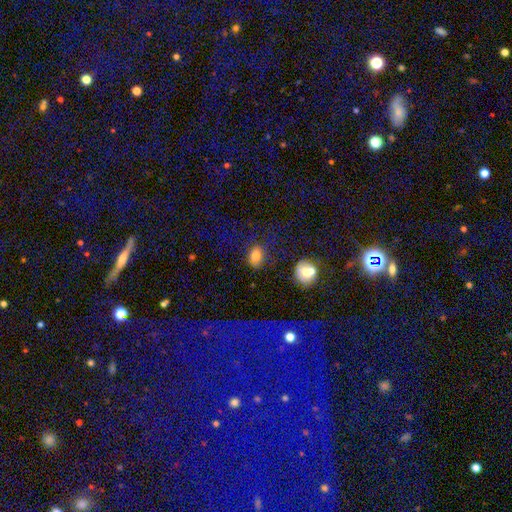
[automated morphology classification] smooth_or_featured: smooth (p=0.80) [alt: star or artifact p=0.11]
how_rounded: in between (p=0.63) [alt: round p=0.35]
merging: none (p=0.63) [alt: minor disturbance p=0.19]